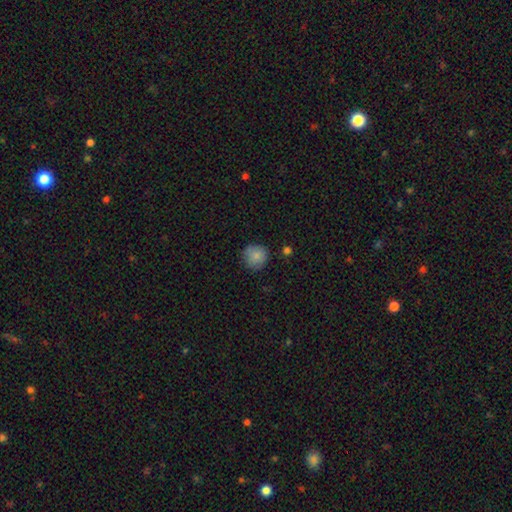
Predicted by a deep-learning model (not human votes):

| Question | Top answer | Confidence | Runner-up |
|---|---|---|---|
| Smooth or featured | smooth | 84% | star or artifact (8%) |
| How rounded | round | 91% | in between (8%) |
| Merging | none | 79% | minor disturbance (15%) |